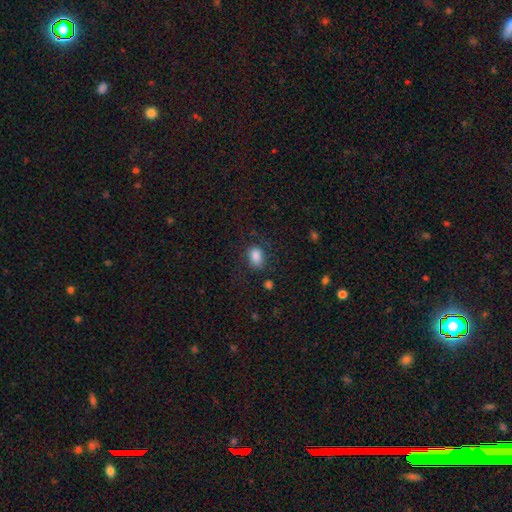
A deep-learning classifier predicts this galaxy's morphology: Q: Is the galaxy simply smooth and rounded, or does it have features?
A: smooth — 84%.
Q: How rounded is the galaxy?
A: in between — 70%.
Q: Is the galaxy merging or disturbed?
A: none — 73%.